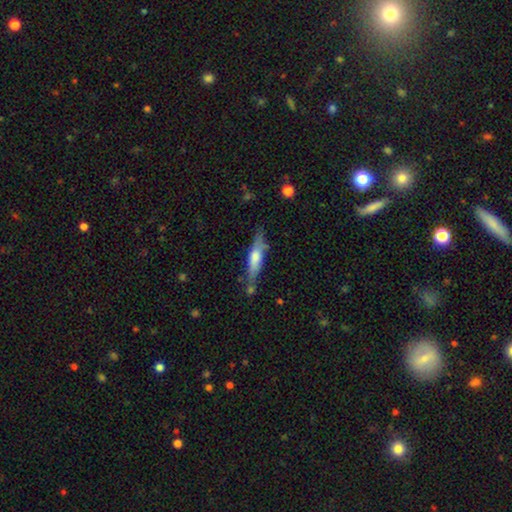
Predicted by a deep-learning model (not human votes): Morphology: type=smooth (54%); roundness=cigar-shaped (75%); merging=none (65%).